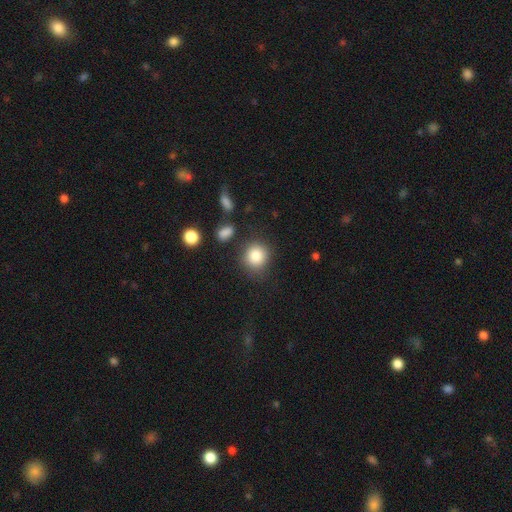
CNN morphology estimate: smooth-or-featured: smooth: 85% | star or artifact: 9% | featured or disk: 6%
  how-rounded: round: 83% | in between: 16% | cigar-shaped: 1%
  merging: none: 79% | minor disturbance: 12% | major disturbance: 4% | merger: 4%